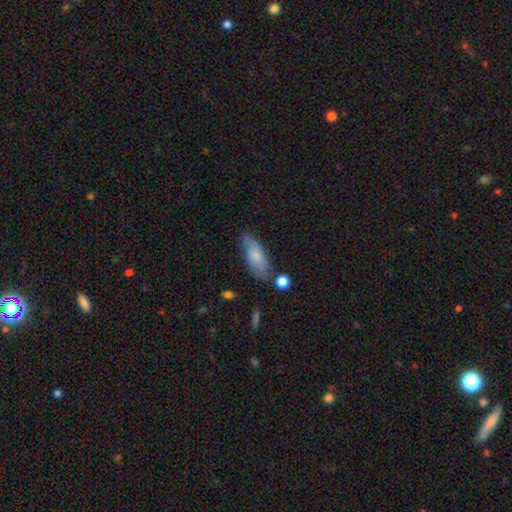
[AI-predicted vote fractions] smooth_or_featured: smooth (p=0.72) [alt: featured or disk p=0.21]
how_rounded: in between (p=0.77) [alt: cigar-shaped p=0.21]
merging: none (p=0.59) [alt: minor disturbance p=0.28]